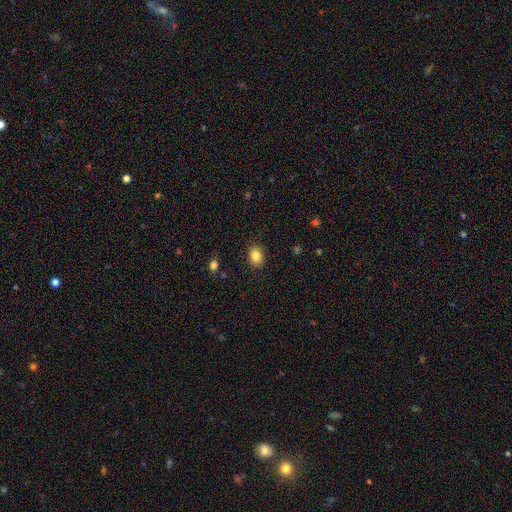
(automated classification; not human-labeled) Smooth or featured: smooth — 85% (star or artifact — 9%)
How rounded: in between — 73% (round — 26%)
Merging: none — 87% (minor disturbance — 9%)